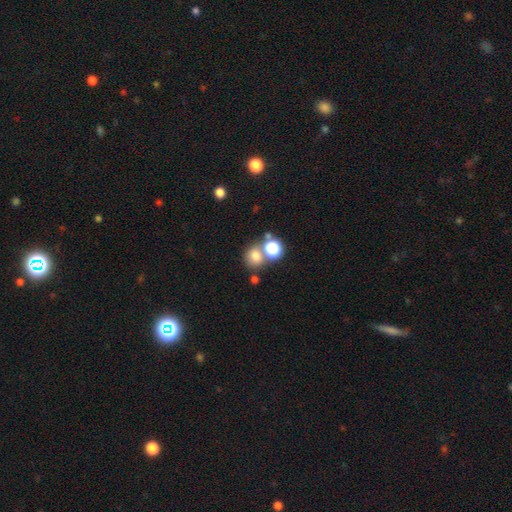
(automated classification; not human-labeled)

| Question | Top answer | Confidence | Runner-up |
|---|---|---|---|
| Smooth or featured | smooth | 73% | star or artifact (17%) |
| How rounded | round | 70% | in between (29%) |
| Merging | none | 51% | merger (34%) |